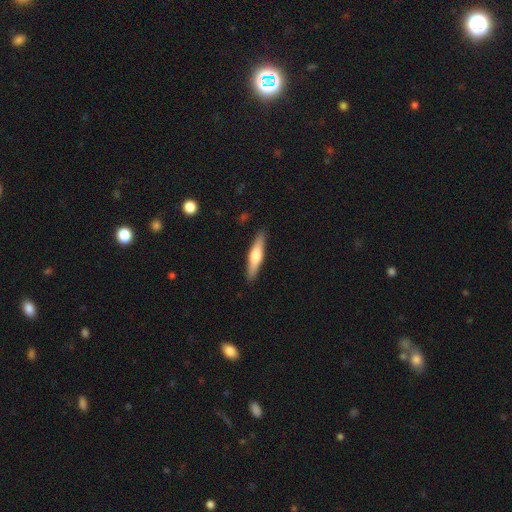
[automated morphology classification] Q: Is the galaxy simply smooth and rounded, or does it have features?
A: smooth — 50%.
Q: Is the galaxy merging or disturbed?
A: none — 90%.